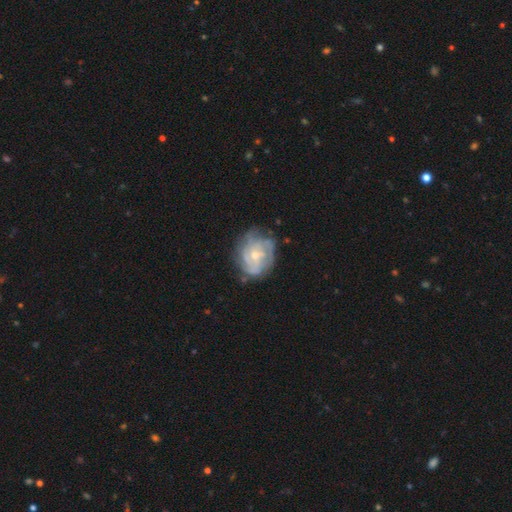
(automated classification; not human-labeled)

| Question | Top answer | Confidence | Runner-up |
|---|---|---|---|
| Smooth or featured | featured or disk | 77% | smooth (17%) |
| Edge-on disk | no | 98% | yes (2%) |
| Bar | no | 69% | weak (27%) |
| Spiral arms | yes | 83% | no (17%) |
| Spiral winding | tight | 56% | medium (33%) |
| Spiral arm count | can't tell | 45% | 3 (19%) |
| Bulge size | small | 56% | moderate (39%) |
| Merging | none | 63% | minor disturbance (24%) |